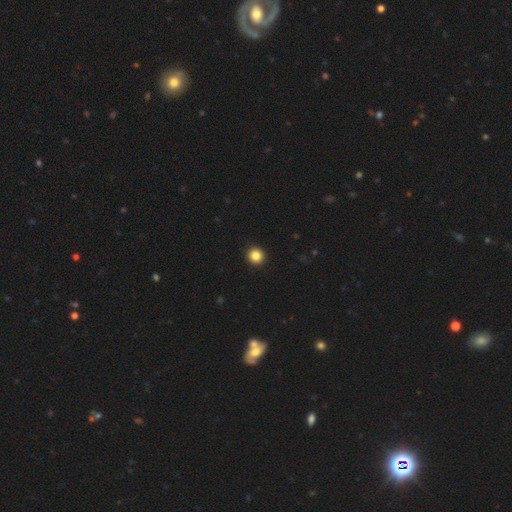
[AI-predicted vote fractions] Smooth or featured? smooth (85%)
How rounded? round (93%)
Merging? none (94%)